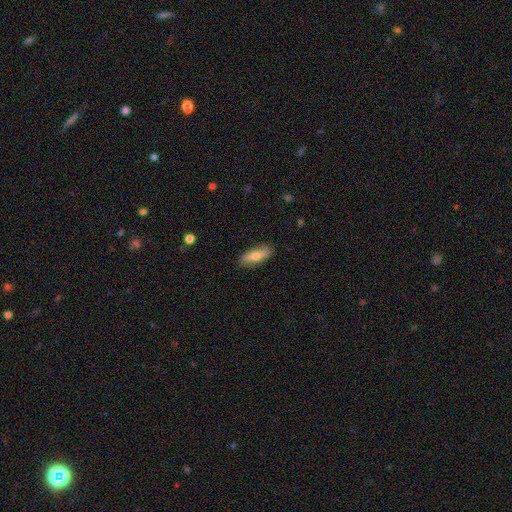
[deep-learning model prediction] Q: Smooth or featured?
A: smooth (68%); runner-up: featured or disk (26%)
Q: How rounded?
A: in between (62%); runner-up: cigar-shaped (35%)
Q: Merging?
A: none (85%); runner-up: minor disturbance (11%)